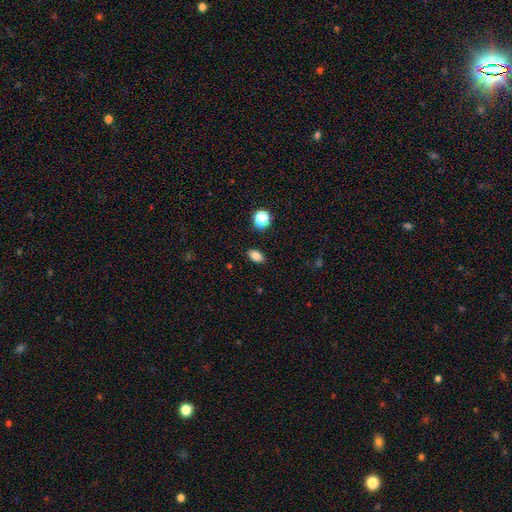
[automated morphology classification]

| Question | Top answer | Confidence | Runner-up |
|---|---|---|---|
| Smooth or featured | smooth | 82% | star or artifact (12%) |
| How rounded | in between | 87% | round (11%) |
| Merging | none | 88% | minor disturbance (9%) |